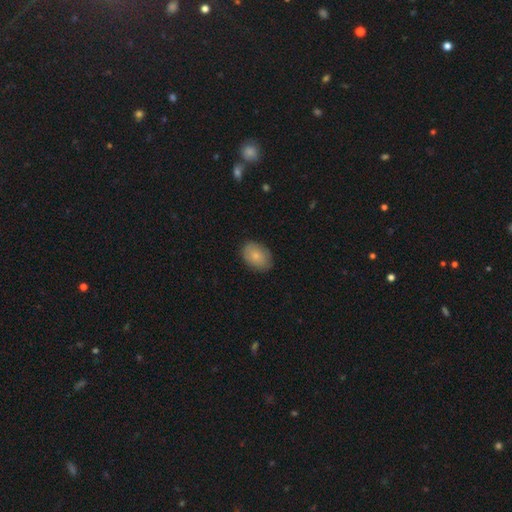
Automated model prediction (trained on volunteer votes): smooth 80%, featured or disk 13%, star or artifact 7%. Down the decision tree: how rounded — in between (79%); merging — none (84%).